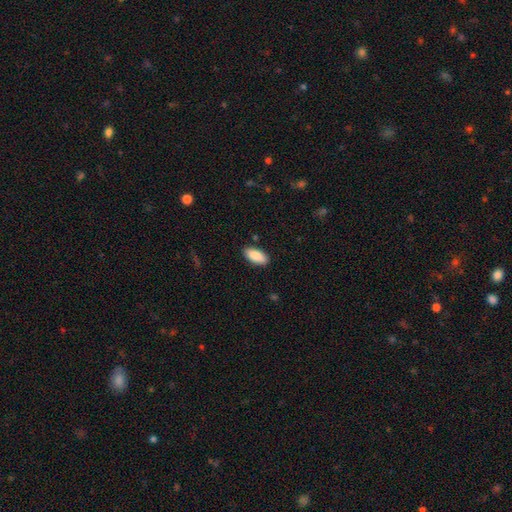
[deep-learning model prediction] Overall: smooth (89%). How rounded: in between (89%). Merging: none (87%).